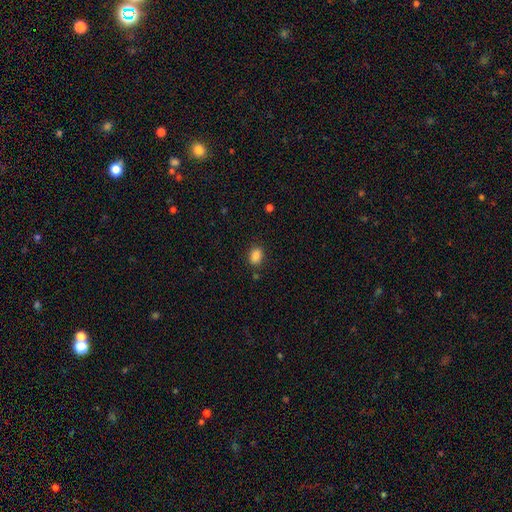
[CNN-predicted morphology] smooth-or-featured: smooth: 87% | star or artifact: 9% | featured or disk: 4%
  how-rounded: in between: 78% | round: 21% | cigar-shaped: 1%
  merging: none: 83% | minor disturbance: 11% | major disturbance: 3% | merger: 3%